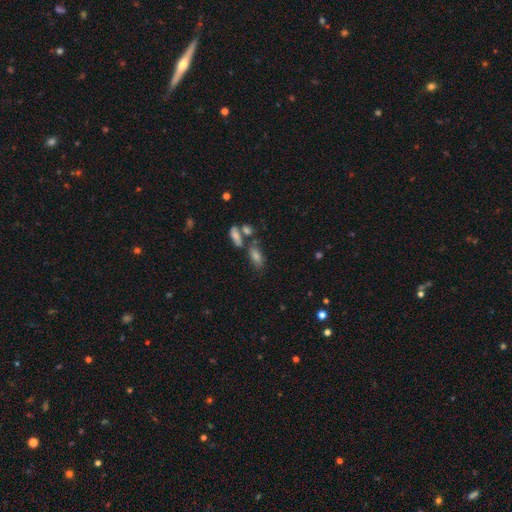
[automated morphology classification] smooth-or-featured: smooth: 65% | featured or disk: 18% | star or artifact: 17%
  how-rounded: in between: 80% | cigar-shaped: 13% | round: 7%
  merging: none: 52% | merger: 28% | minor disturbance: 13% | major disturbance: 7%